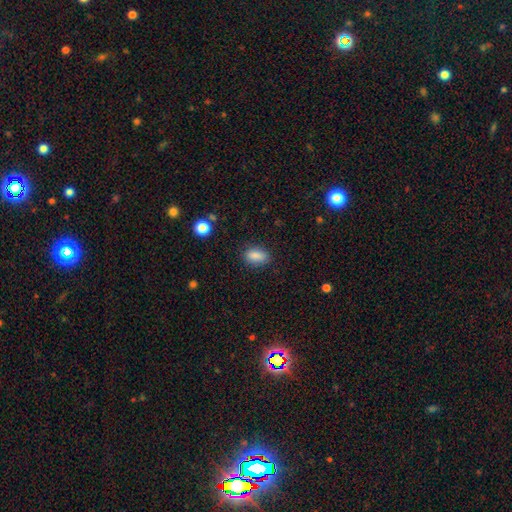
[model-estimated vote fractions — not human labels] smooth 86%, star or artifact 9%, featured or disk 5%. Down the decision tree: how rounded — in between (86%); merging — none (82%).